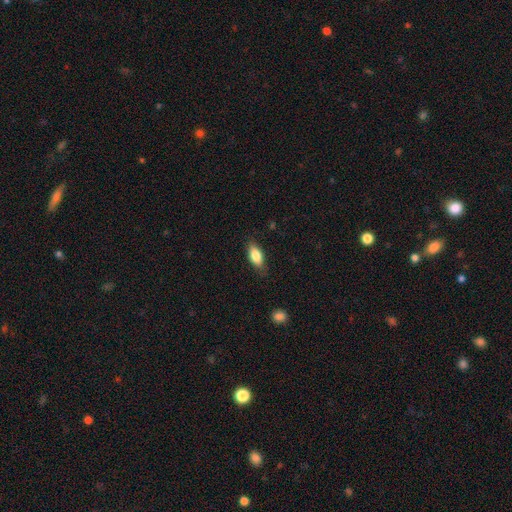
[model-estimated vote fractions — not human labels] Smooth or featured?
  - smooth: 80% *
  - featured or disk: 13%
  - star or artifact: 7%
How rounded?
  - in between: 84% *
  - cigar-shaped: 12%
  - round: 4%
Merging?
  - none: 80% *
  - minor disturbance: 16%
  - major disturbance: 3%
  - merger: 1%